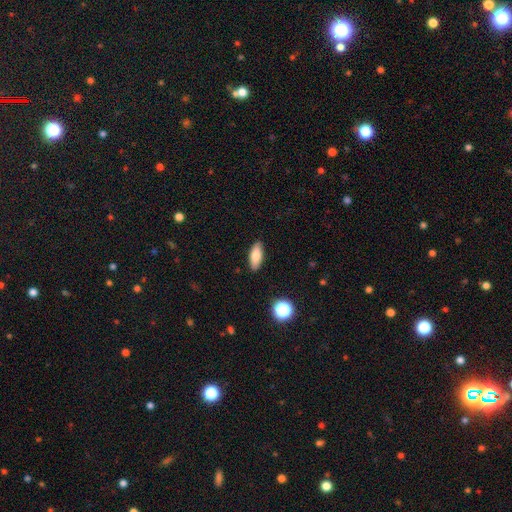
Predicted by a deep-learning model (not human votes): This appears to be a smooth galaxy with no disk features (81%) that is in between round and cigar-shaped (78%). Merging: none (88%).